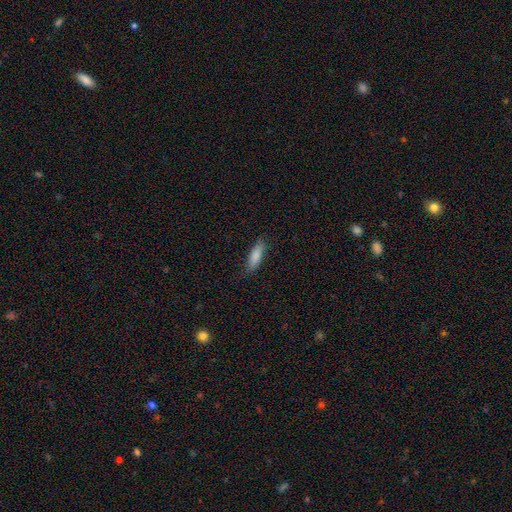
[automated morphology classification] Overall: smooth (84%). How rounded: in between (50%; cigar-shaped 49%). Merging: none (81%).